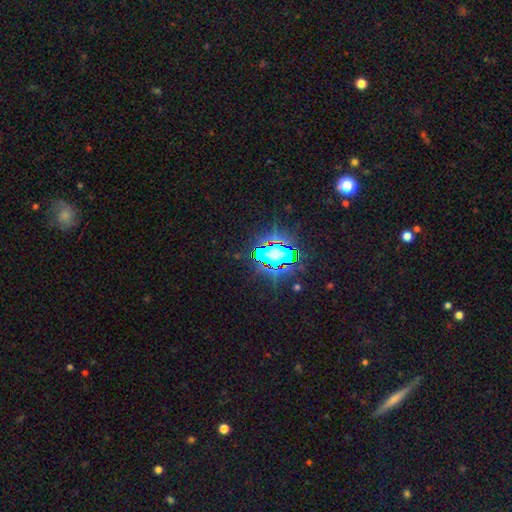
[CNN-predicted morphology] The model was most divided on "smooth or featured": star or artifact: 78%, smooth: 13%, featured or disk: 9%.